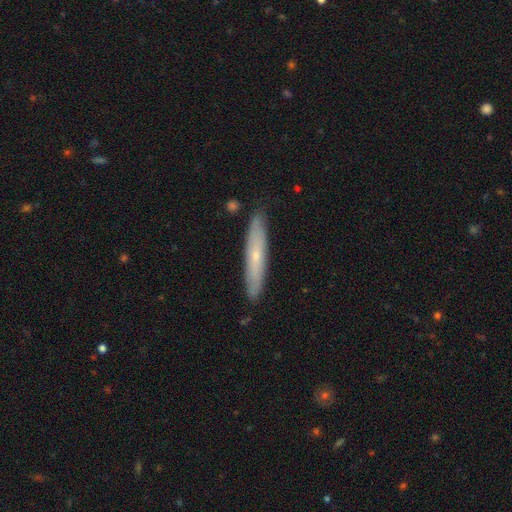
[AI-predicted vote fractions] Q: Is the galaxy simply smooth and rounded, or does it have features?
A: featured or disk — 47%.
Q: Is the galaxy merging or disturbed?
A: none — 86%.